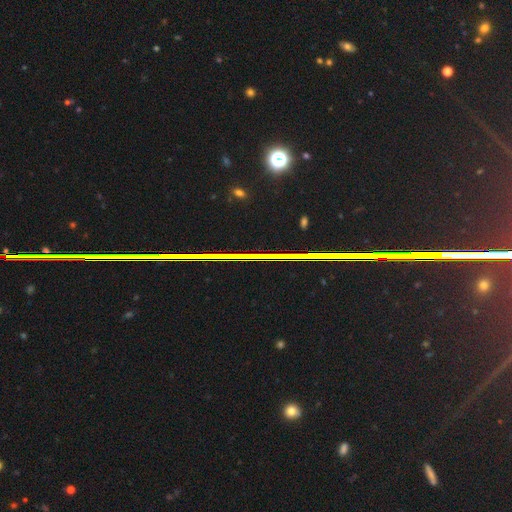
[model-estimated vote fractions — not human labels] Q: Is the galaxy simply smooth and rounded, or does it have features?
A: star or artifact — 86%.